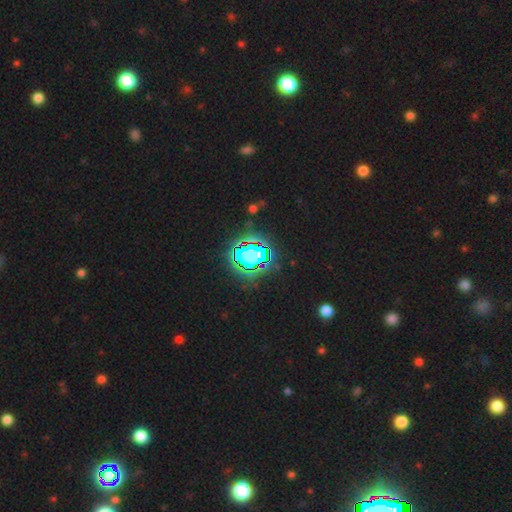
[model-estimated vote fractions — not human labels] This appears to be a star or artifact, not a galaxy (81%).